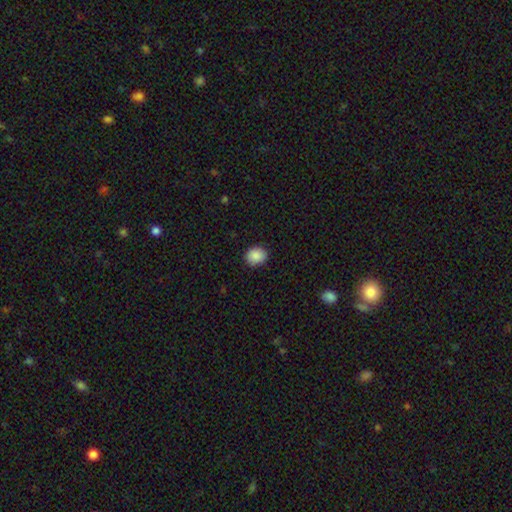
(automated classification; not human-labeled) smooth_or_featured: smooth (p=0.88) [alt: star or artifact p=0.08]
how_rounded: round (p=0.69) [alt: in between p=0.31]
merging: none (p=0.86) [alt: minor disturbance p=0.10]